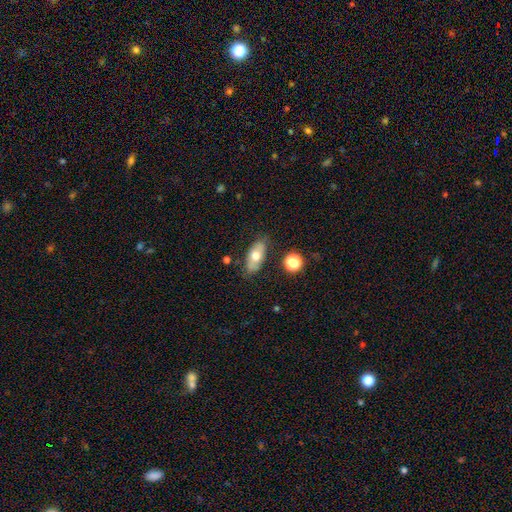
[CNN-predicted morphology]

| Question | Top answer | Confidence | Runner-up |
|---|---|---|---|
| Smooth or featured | smooth | 64% | featured or disk (29%) |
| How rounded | in between | 86% | cigar-shaped (9%) |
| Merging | none | 79% | minor disturbance (15%) |